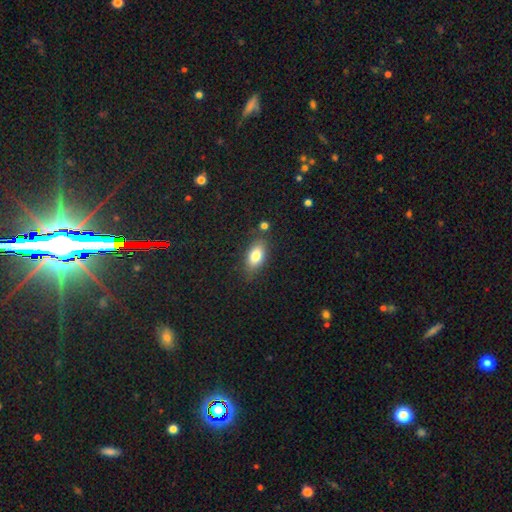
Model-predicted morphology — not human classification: A smooth galaxy with no disk features (80%) that is in between round and cigar-shaped (87%). Merging: none (78%).